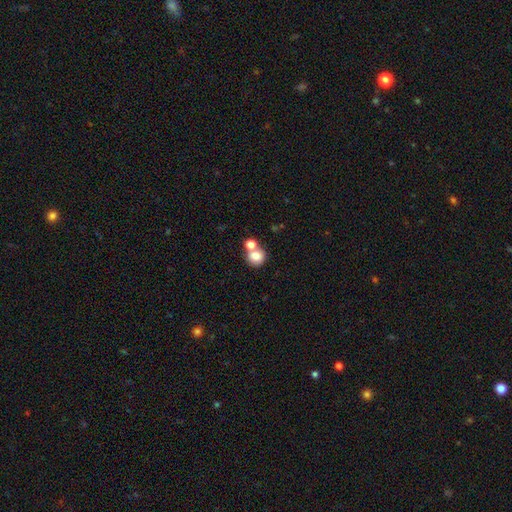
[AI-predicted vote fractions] This appears to be a smooth galaxy with no disk features (77%) that is round (82%). Merging: merger (45%).